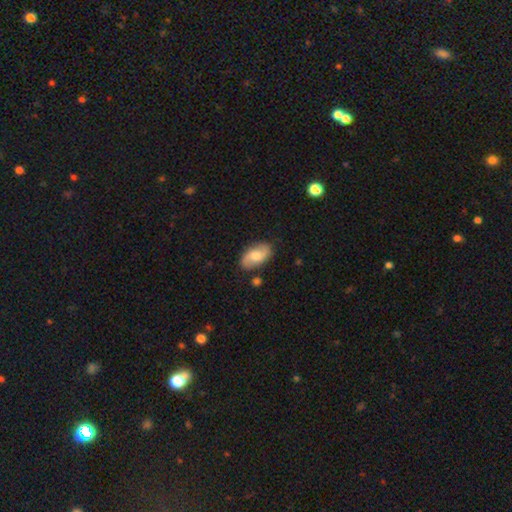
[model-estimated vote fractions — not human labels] This appears to be a smooth galaxy with no disk features (53%) that is in between round and cigar-shaped (93%). Merging: none (78%).